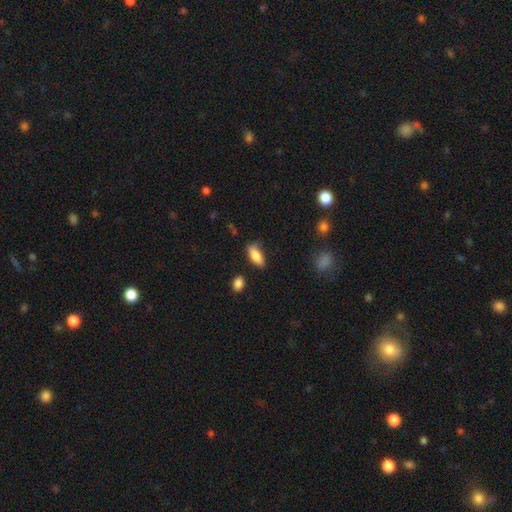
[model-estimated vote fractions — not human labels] The model was most divided on "merging": none: 65%, minor disturbance: 26%, major disturbance: 6%, merger: 3%. More confident: smooth or featured — smooth (83%); how rounded — in between (79%).